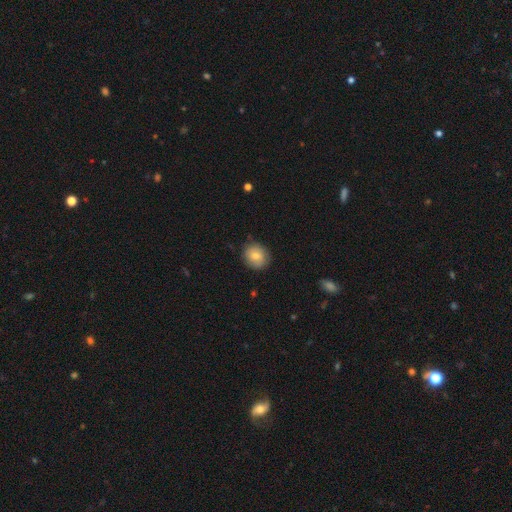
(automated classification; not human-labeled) Smooth or featured? Predicted: smooth (p=0.78). How rounded? Predicted: round (p=0.84). Merging? Predicted: none (p=0.85).